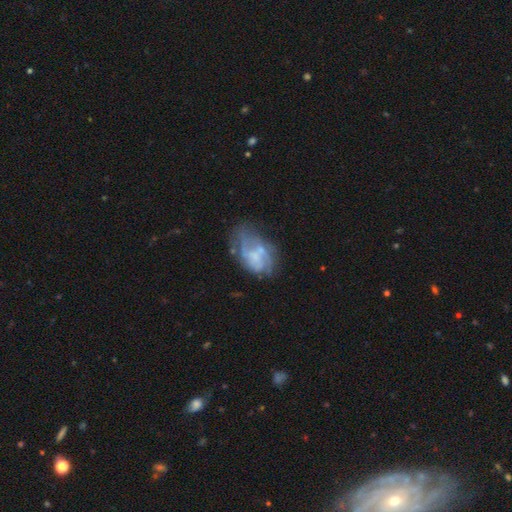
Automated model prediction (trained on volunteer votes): Q: Smooth or featured?
A: featured or disk (61%); runner-up: smooth (29%)
Q: Edge-on disk?
A: no (97%); runner-up: yes (3%)
Q: Bar?
A: no (75%); runner-up: weak (21%)
Q: Spiral arms?
A: no (53%); runner-up: yes (47%)
Q: Bulge size?
A: none (48%); runner-up: small (27%)
Q: Merging?
A: none (37%); runner-up: major disturbance (27%)